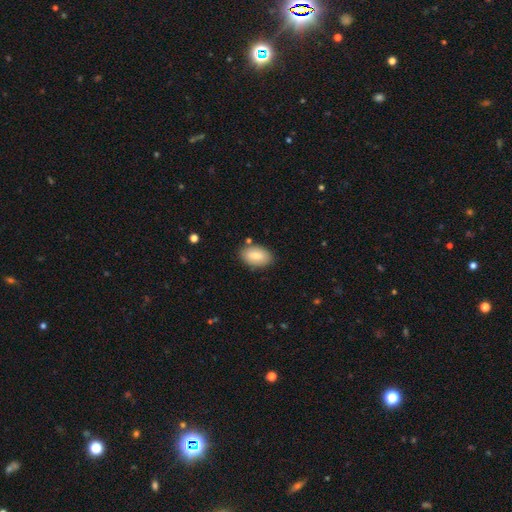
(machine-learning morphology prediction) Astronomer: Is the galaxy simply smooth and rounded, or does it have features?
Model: smooth — 82%.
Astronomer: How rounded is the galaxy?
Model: in between — 92%.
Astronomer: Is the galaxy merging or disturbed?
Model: none — 83%.